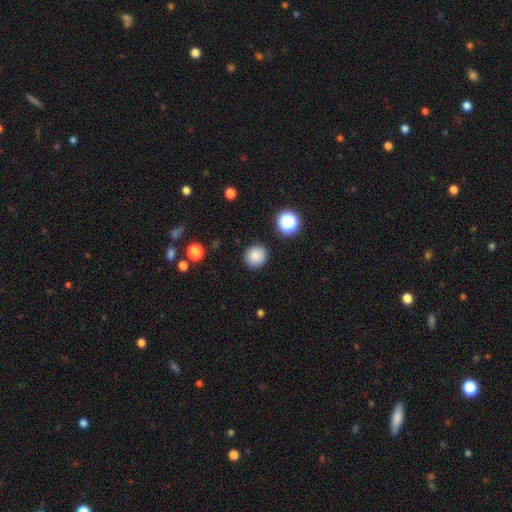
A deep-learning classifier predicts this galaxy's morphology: smooth-or-featured: smooth: 84% | star or artifact: 11% | featured or disk: 5%
  how-rounded: round: 92% | in between: 7% | cigar-shaped: 1%
  merging: none: 89% | minor disturbance: 7% | major disturbance: 2% | merger: 2%